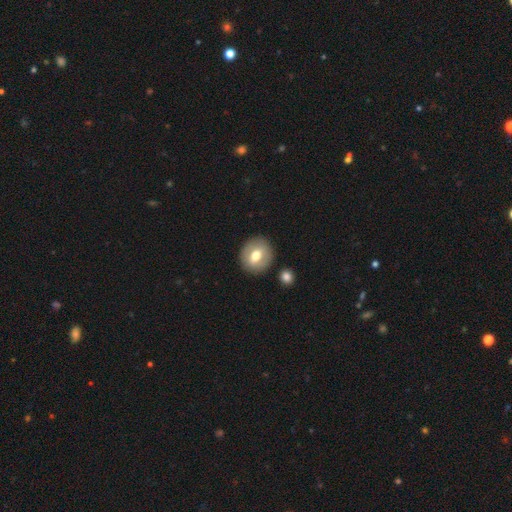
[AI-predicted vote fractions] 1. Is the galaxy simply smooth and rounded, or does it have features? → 64% smooth, 29% featured or disk, 8% star or artifact.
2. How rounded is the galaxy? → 77% round, 22% in between, 1% cigar-shaped.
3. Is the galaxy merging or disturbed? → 86% none, 8% minor disturbance, 3% merger, 3% major disturbance.